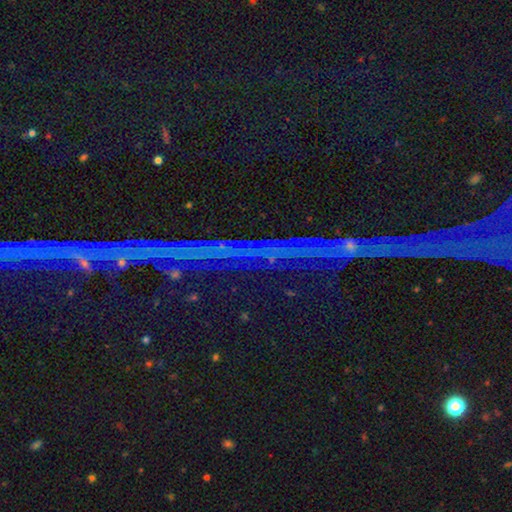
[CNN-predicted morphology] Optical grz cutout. It shows a star or artifact, not a galaxy (87%).